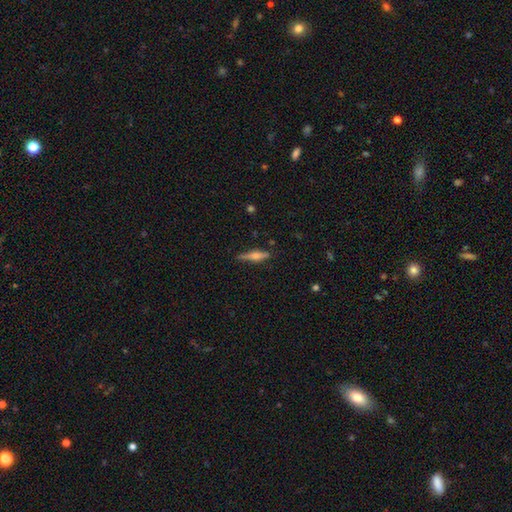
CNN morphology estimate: featured or disk 54%, smooth 39%, star or artifact 7%. Down the decision tree: edge-on disk — yes (96%); edge-on bulge — rounded (79%); merging — none (80%).